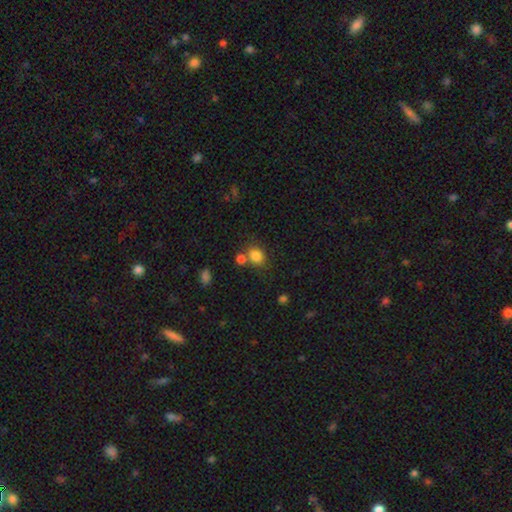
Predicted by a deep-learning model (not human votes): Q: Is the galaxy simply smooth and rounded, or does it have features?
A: smooth — 82%.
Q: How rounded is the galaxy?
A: in between — 51%.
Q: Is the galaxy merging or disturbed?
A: none — 61%.